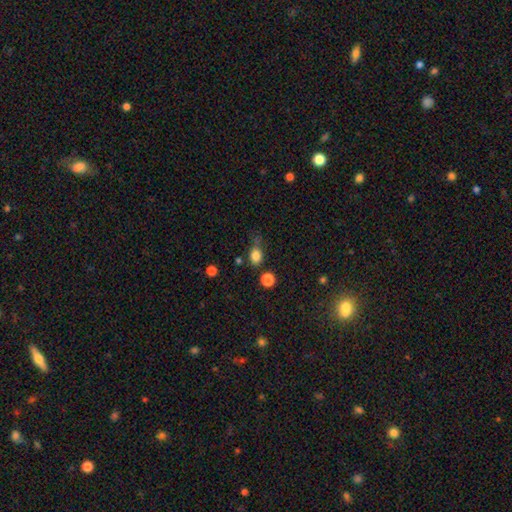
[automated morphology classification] This appears to be a smooth galaxy with no disk features (83%) that is in between round and cigar-shaped (52%). Merging: none (61%).